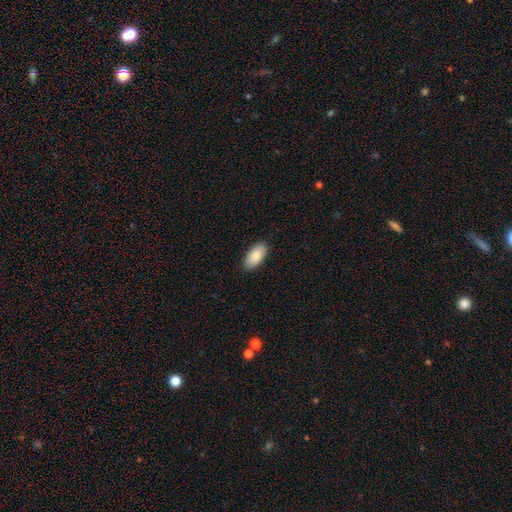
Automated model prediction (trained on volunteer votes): This is clearly a smooth galaxy (88%). How rounded: clearly in between (94%). Merging: clearly none (88%).